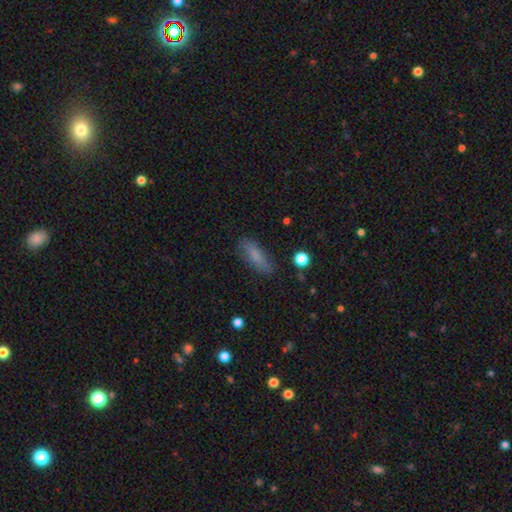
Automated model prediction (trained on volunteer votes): Smooth or featured? smooth (76%)
How rounded? in between (59%)
Merging? none (79%)